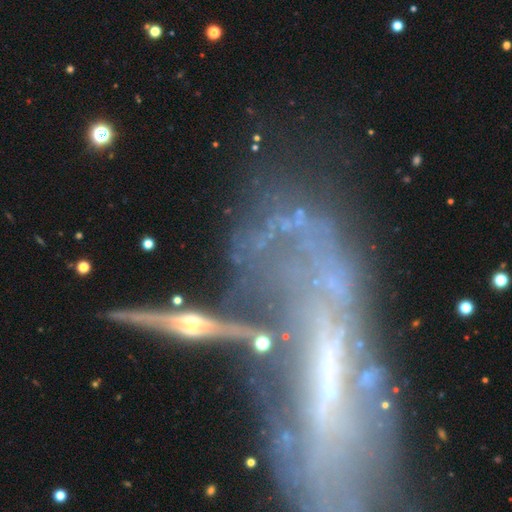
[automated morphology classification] A featured or disk galaxy (56%) viewed edge-on (60%).

Vote fractions:
- Smooth or featured? featured or disk: 56% / star or artifact: 26% / smooth: 18%
- Edge-on disk? yes: 60% / no: 40%
- Merging? none: 41% / merger: 23% / major disturbance: 19% / minor disturbance: 16%